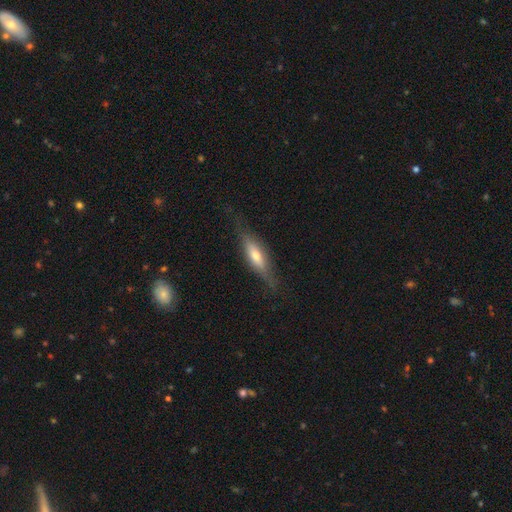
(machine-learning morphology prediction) type=featured or disk (48%); merging=none (74%).